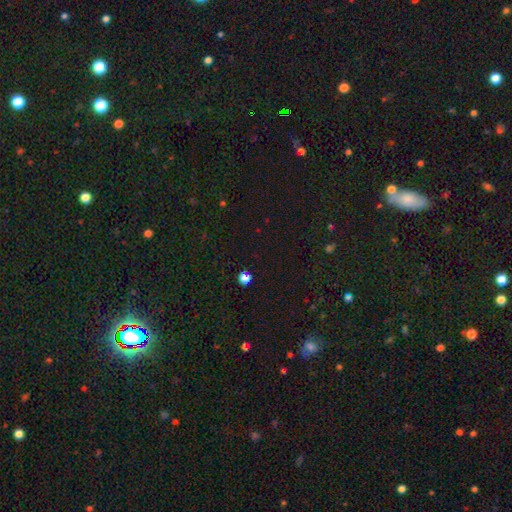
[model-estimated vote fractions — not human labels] This is likely a star or artifact rather than a galaxy (61%).